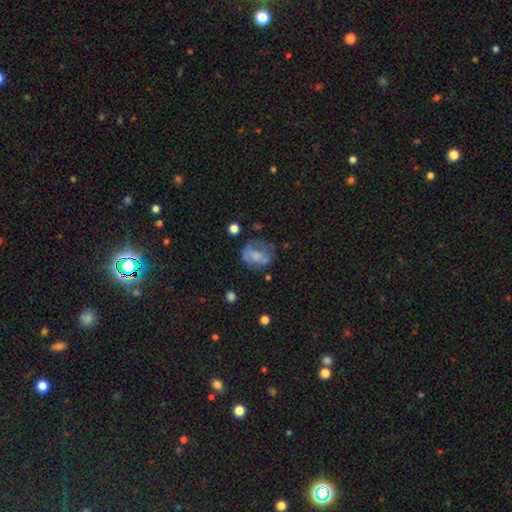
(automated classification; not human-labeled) smooth-or-featured: smooth: 55% | featured or disk: 35% | star or artifact: 10%
  how-rounded: round: 54% | in between: 45% | cigar-shaped: 1%
  merging: none: 43% | minor disturbance: 27% | major disturbance: 26% | merger: 4%